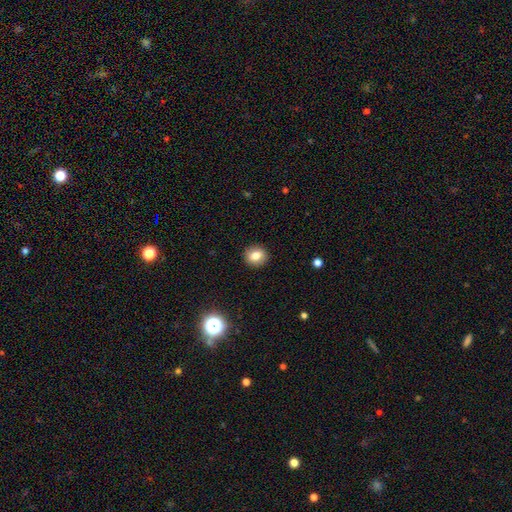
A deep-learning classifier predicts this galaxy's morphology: Smooth or featured?
  - smooth: 80% *
  - star or artifact: 11%
  - featured or disk: 9%
How rounded?
  - round: 81% *
  - in between: 18%
  - cigar-shaped: 1%
Merging?
  - none: 91% *
  - minor disturbance: 6%
  - major disturbance: 2%
  - merger: 1%